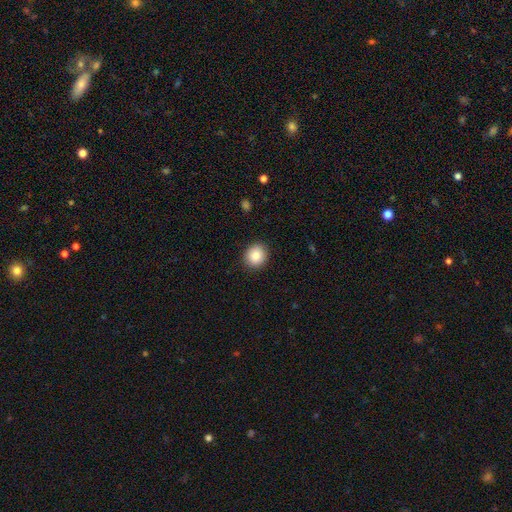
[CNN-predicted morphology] smooth_or_featured: smooth (p=0.86) [alt: star or artifact p=0.08]
how_rounded: round (p=0.81) [alt: in between p=0.19]
merging: none (p=0.90) [alt: minor disturbance p=0.07]